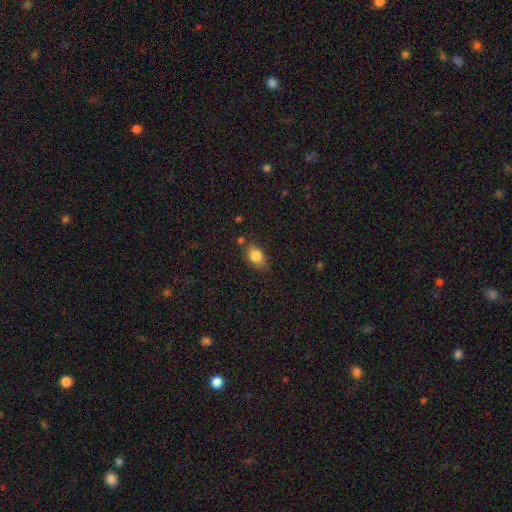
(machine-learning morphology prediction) Smooth or featured?
  - smooth: 84% *
  - star or artifact: 9%
  - featured or disk: 7%
How rounded?
  - in between: 82% *
  - round: 16%
  - cigar-shaped: 2%
Merging?
  - none: 72% *
  - minor disturbance: 18%
  - merger: 5%
  - major disturbance: 4%